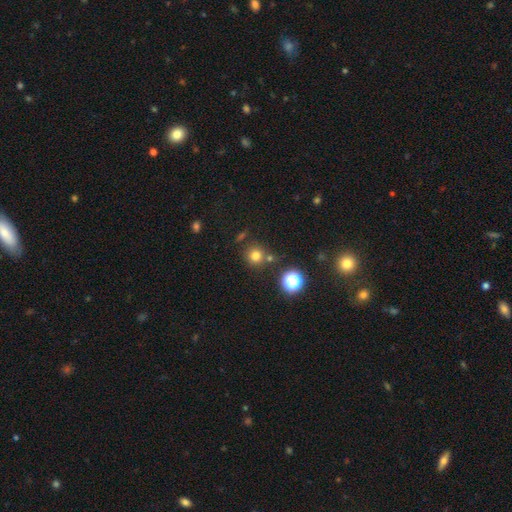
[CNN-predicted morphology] A smooth galaxy with no disk features (73%) that is round (92%). Merging: none (76%).